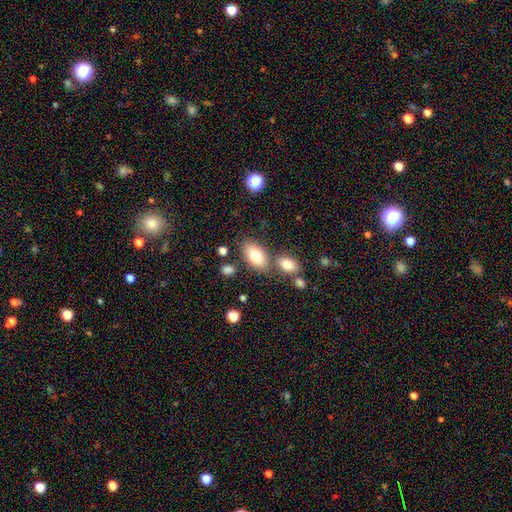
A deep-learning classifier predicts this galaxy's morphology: This is likely a smooth galaxy (80%). How rounded: clearly in between (91%). Merging: likely none (67%).